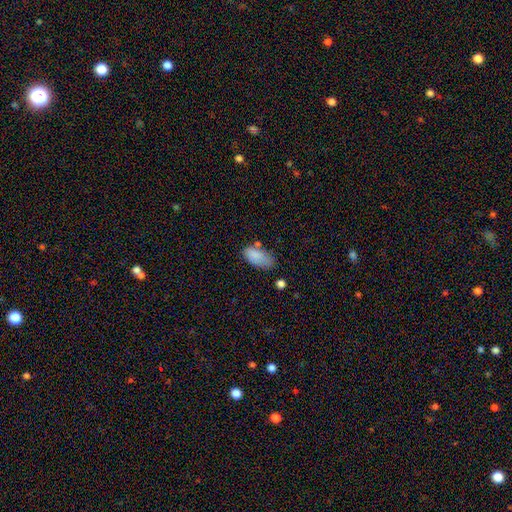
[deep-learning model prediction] A smooth galaxy with no disk features (84%) that is in between round and cigar-shaped (93%). Merging: none (55%).